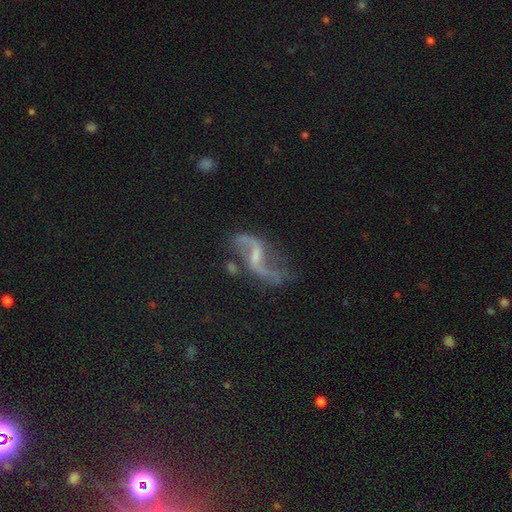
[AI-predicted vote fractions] This is clearly a featured or disk galaxy (84%). It is clearly not viewed edge-on (96%). Bar: possibly weak (50%). Spiral arm pattern: clearly yes (94%). Spiral arm count: clearly 2 (92%). Spiral winding: clearly loose (86%). Central bulge: possibly small (52%). Merging: likely none (65%).